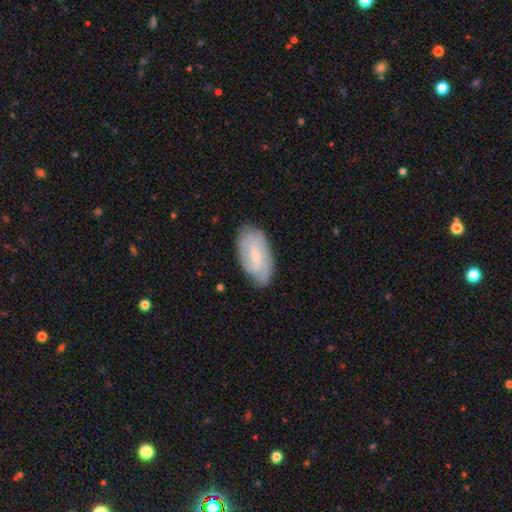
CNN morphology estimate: Smooth or featured? Predicted: featured or disk (p=0.51). Edge-on disk? Predicted: no (p=0.93). Merging? Predicted: none (p=0.76).